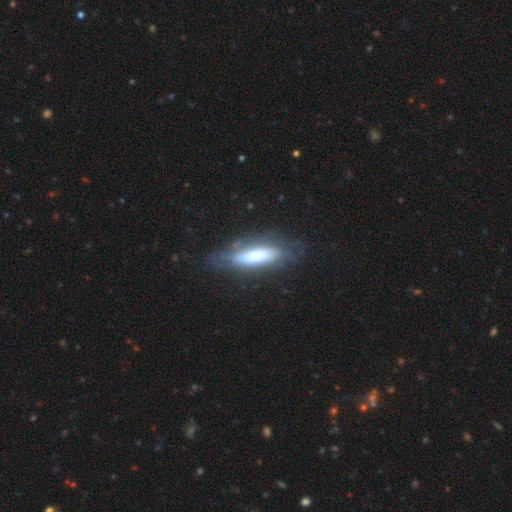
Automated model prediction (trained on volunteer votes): A smooth galaxy with no disk features (58%) that is cigar-shaped (49%, tied with in between).

Vote fractions:
- Smooth or featured? smooth: 58% / featured or disk: 34% / star or artifact: 7%
- How rounded? cigar-shaped: 49% (tied) / in between: 49% (tied) / round: 2%
- Merging? none: 63% / minor disturbance: 23% / major disturbance: 12% / merger: 2%